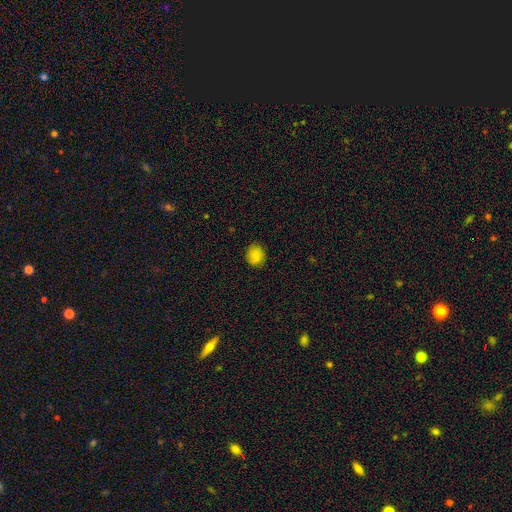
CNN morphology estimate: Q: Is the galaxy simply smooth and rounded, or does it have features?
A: smooth — 82%.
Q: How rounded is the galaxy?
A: round — 70%.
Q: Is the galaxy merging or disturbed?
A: none — 85%.